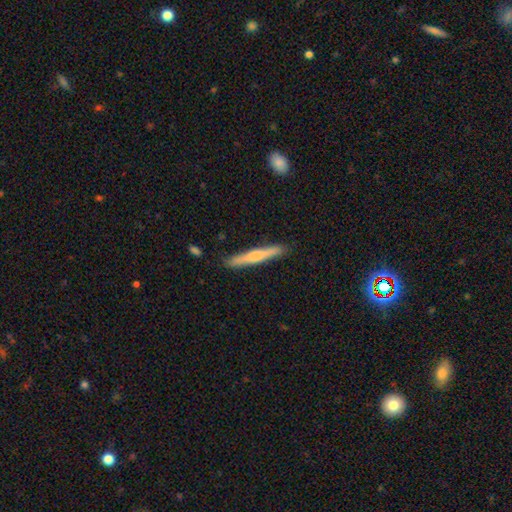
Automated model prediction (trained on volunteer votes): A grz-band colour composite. It shows a smooth galaxy with no disk features (53%) that is cigar-shaped (95%). Merging: none (89%).